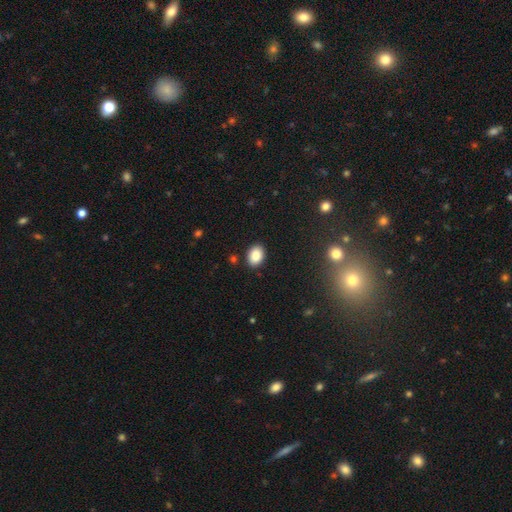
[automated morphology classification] type=smooth (87%); roundness=in between (74%); merging=none (88%).